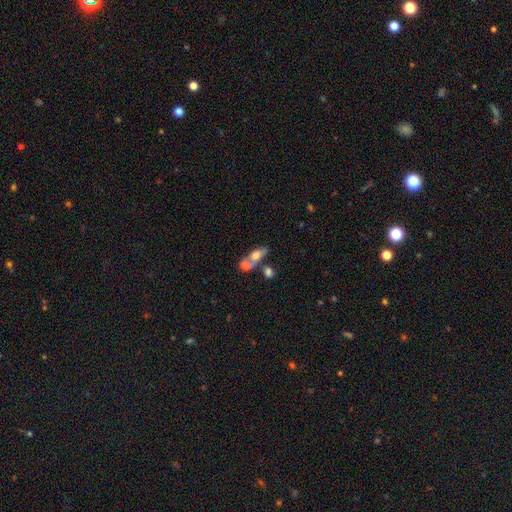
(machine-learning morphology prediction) type=smooth (63%); roundness=in between (66%); merging=merger (57%).